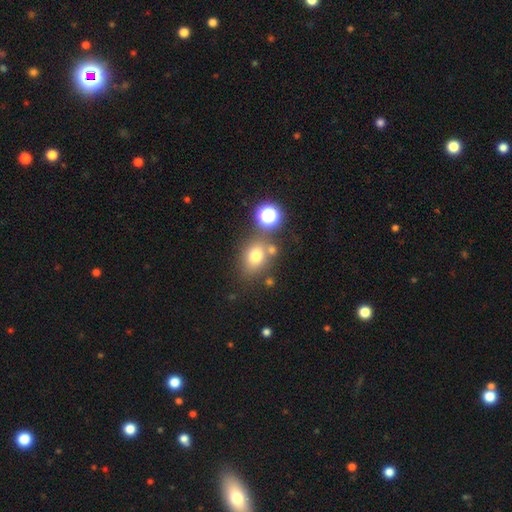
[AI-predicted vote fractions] Q: Smooth or featured?
A: smooth (72%); runner-up: star or artifact (16%)
Q: How rounded?
A: round (54%); runner-up: in between (44%)
Q: Merging?
A: none (63%); runner-up: merger (18%)